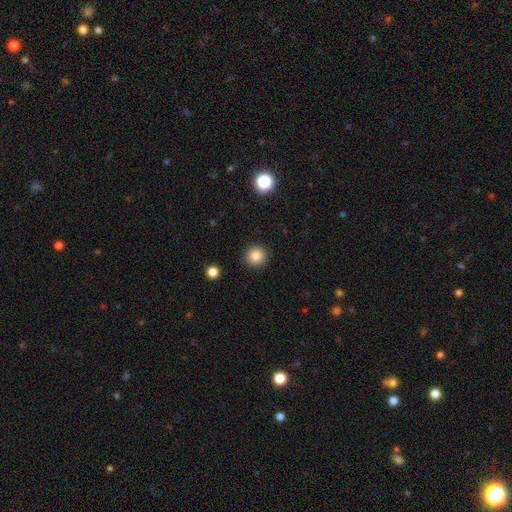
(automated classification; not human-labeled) Q: Smooth or featured?
A: smooth (84%); runner-up: star or artifact (11%)
Q: How rounded?
A: round (94%); runner-up: in between (5%)
Q: Merging?
A: none (92%); runner-up: minor disturbance (5%)